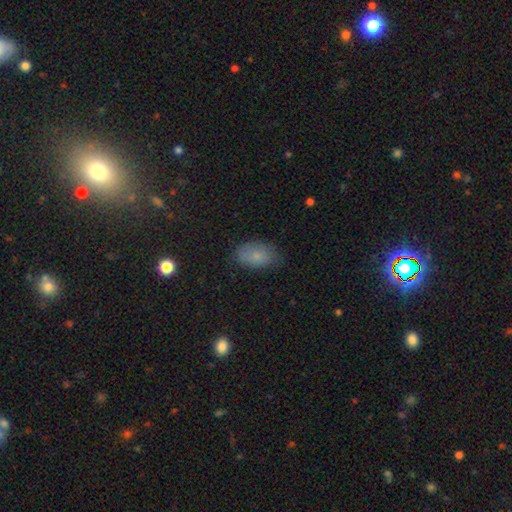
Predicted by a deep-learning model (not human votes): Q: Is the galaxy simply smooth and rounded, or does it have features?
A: smooth — 79%.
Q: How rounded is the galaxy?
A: in between — 91%.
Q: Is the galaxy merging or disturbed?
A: none — 71%.